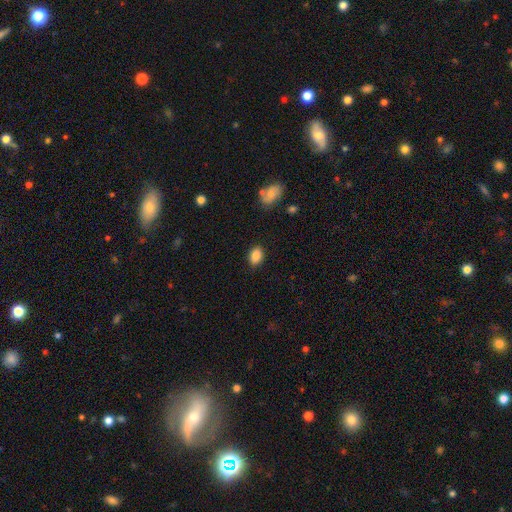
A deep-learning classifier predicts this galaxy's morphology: A smooth galaxy with no disk features (86%) that is in between round and cigar-shaped (81%). Merging: none (86%).